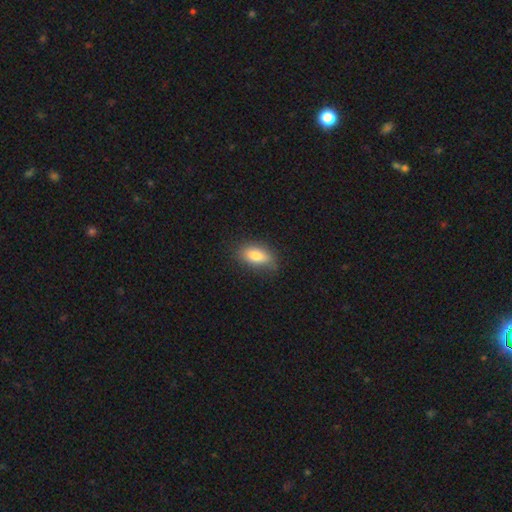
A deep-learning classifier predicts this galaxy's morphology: This is likely a smooth galaxy (80%). How rounded: clearly in between (87%). Merging: likely none (74%).